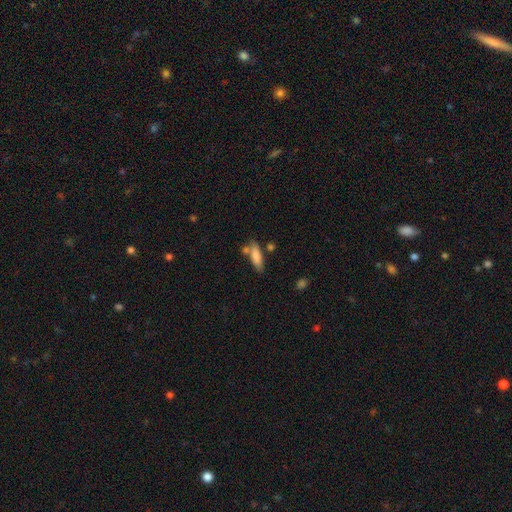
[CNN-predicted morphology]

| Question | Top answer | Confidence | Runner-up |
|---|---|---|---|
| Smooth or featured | smooth | 81% | featured or disk (12%) |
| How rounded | in between | 52% | cigar-shaped (46%) |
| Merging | none | 61% | minor disturbance (17%) |